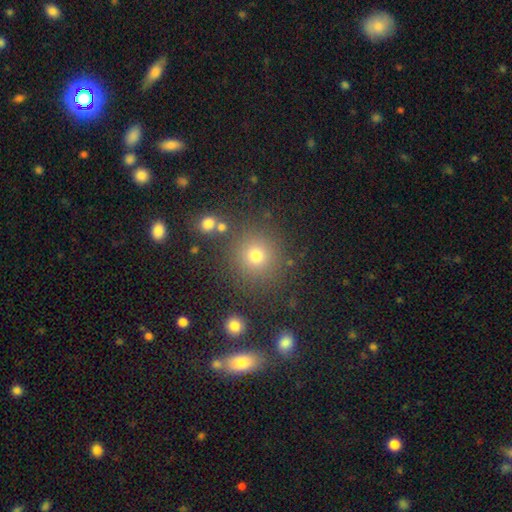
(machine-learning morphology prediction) Smooth or featured: smooth — 74% (star or artifact — 18%)
How rounded: round — 93% (in between — 6%)
Merging: none — 84% (minor disturbance — 8%)